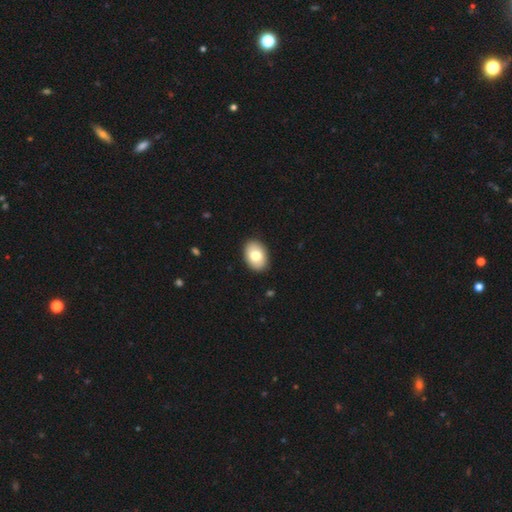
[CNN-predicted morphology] type=smooth (78%); roundness=in between (86%); merging=none (90%).